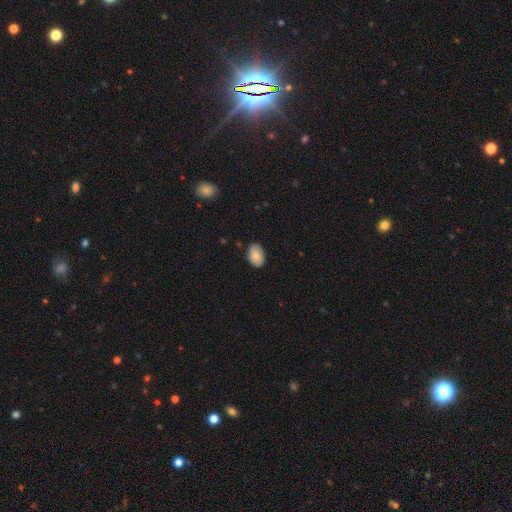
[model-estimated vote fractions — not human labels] This appears to be a smooth galaxy with no disk features (84%) that is in between round and cigar-shaped (88%). Merging: none (85%).